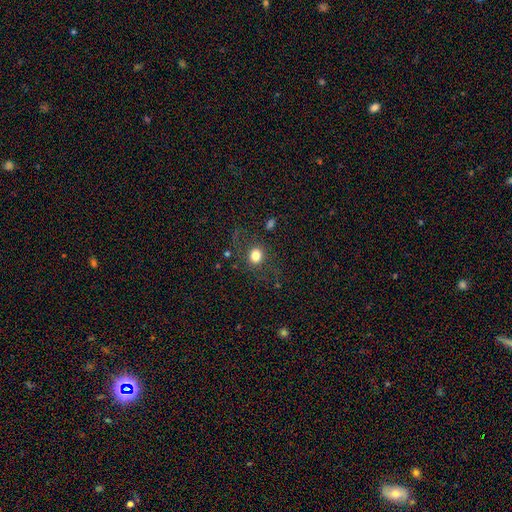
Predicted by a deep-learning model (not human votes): This appears to be a smooth galaxy with no disk features (78%) that is round (72%). Merging: none (75%).